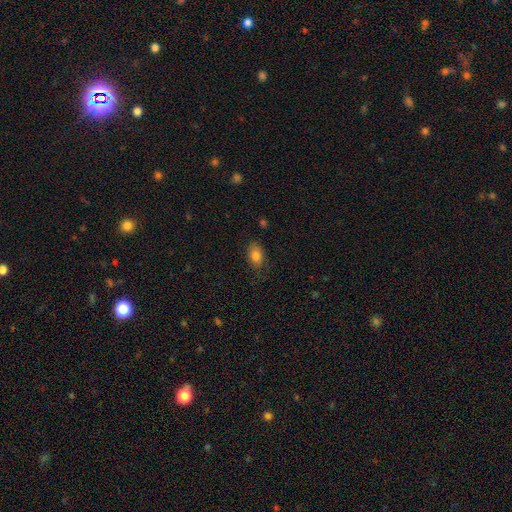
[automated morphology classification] A smooth galaxy with no disk features (82%) that is in between round and cigar-shaped (86%). Merging: none (78%).